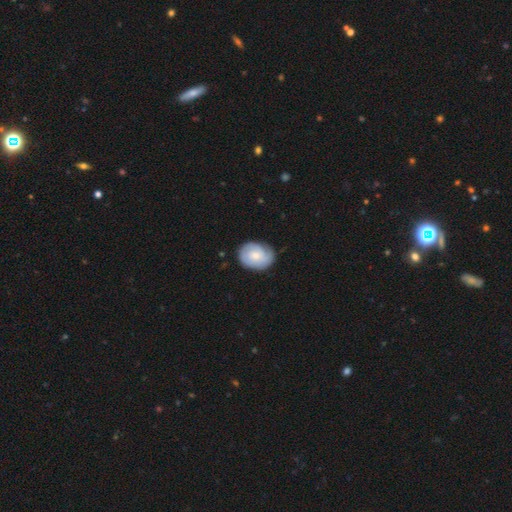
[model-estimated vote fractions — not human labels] Smooth or featured? featured or disk (50%)
Merging? none (75%)